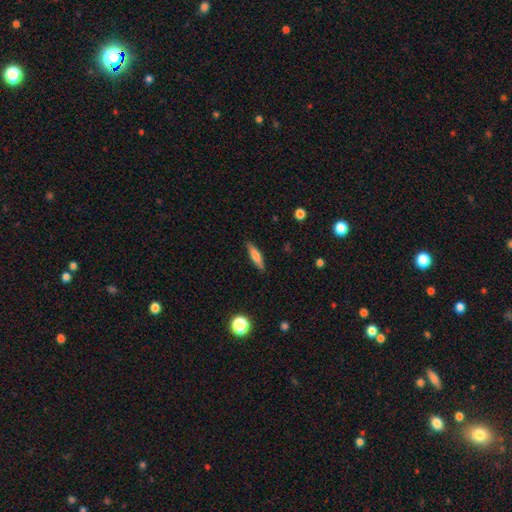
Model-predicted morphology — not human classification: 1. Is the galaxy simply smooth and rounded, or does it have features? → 67% smooth, 26% featured or disk, 7% star or artifact.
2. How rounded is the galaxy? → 76% cigar-shaped, 22% in between, 2% round.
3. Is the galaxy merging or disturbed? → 88% none, 9% minor disturbance, 2% major disturbance, 1% merger.